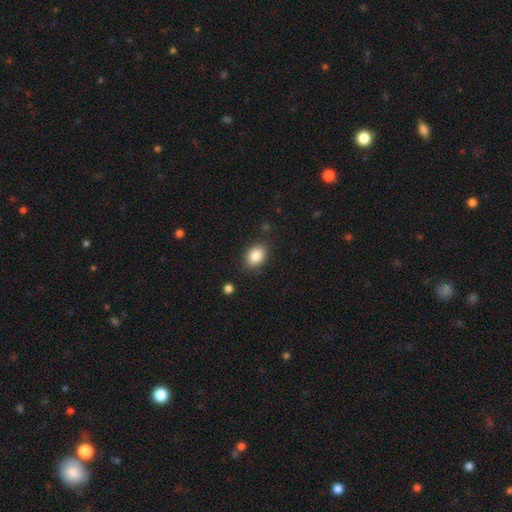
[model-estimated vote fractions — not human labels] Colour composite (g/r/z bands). It shows a smooth galaxy with no disk features (86%) that is in between round and cigar-shaped (73%). Merging: none (85%).